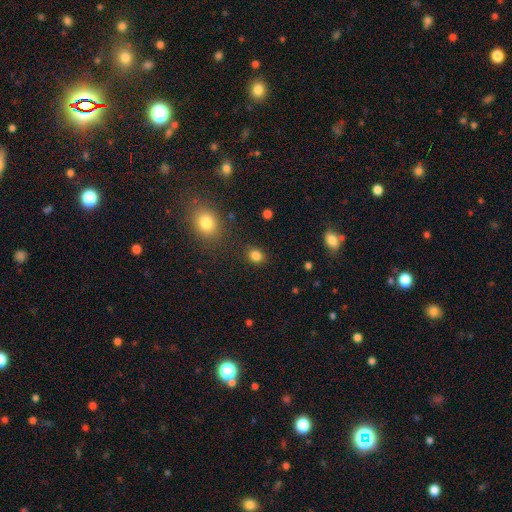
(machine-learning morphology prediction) smooth 83%, star or artifact 13%, featured or disk 4%. Down the decision tree: how rounded — round (63%); merging — none (85%).